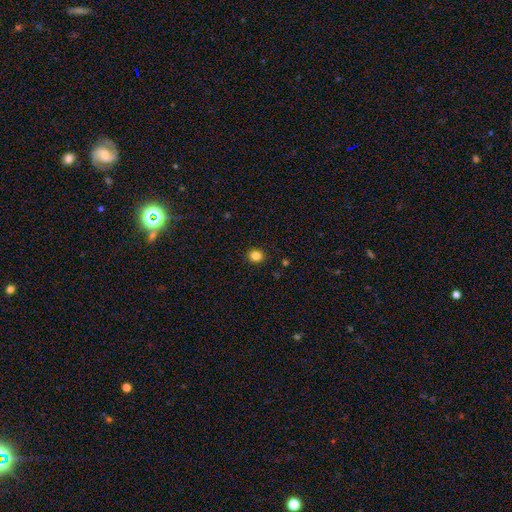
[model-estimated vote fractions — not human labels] A smooth galaxy with no disk features (84%) that is round (76%).

Vote fractions:
- Smooth or featured? smooth: 84% / star or artifact: 12% / featured or disk: 4%
- How rounded? round: 76% / in between: 23% / cigar-shaped: 1%
- Merging? none: 91% / minor disturbance: 6% / major disturbance: 2% / merger: 1%